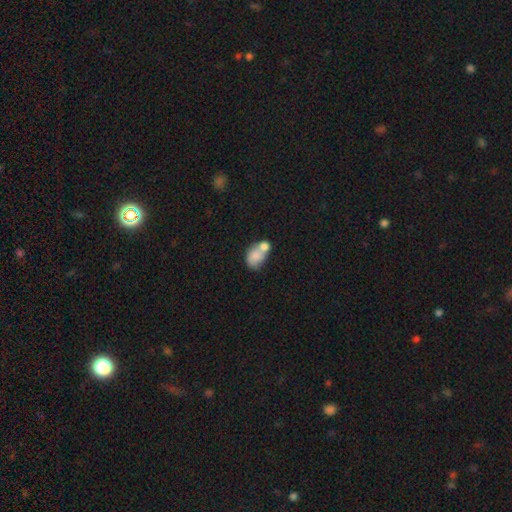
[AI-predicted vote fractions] smooth-or-featured: smooth: 75% | featured or disk: 17% | star or artifact: 8%
  how-rounded: in between: 73% | round: 25% | cigar-shaped: 1%
  merging: merger: 56% | none: 23% | minor disturbance: 13% | major disturbance: 8%